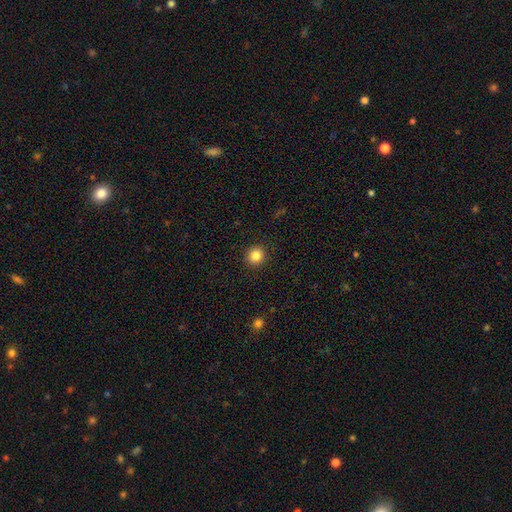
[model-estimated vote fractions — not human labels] Smooth or featured?
  - smooth: 85% *
  - star or artifact: 11%
  - featured or disk: 5%
How rounded?
  - round: 93% *
  - in between: 6%
  - cigar-shaped: 1%
Merging?
  - none: 92% *
  - minor disturbance: 5%
  - major disturbance: 2%
  - merger: 1%